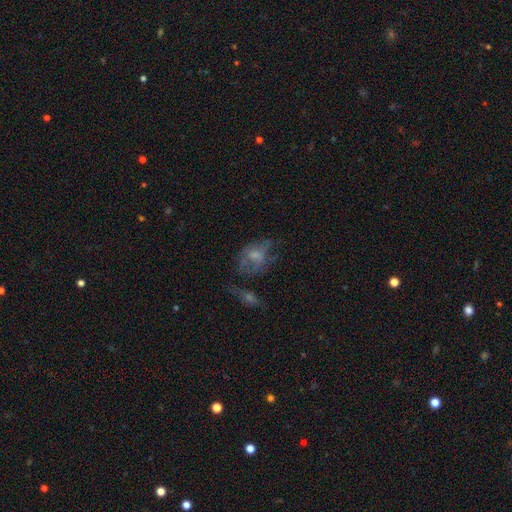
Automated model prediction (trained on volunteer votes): Smooth or featured: smooth — 44% (featured or disk — 43%)
Merging: none — 36% (major disturbance — 33%)